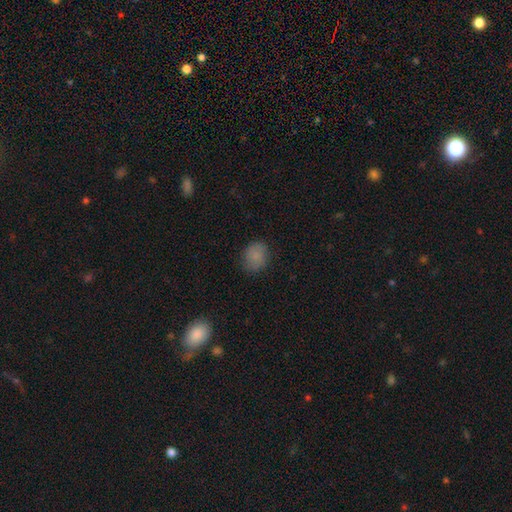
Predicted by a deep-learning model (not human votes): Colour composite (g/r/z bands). It shows a smooth galaxy with no disk features (82%) that is round (51%). Merging: none (81%).